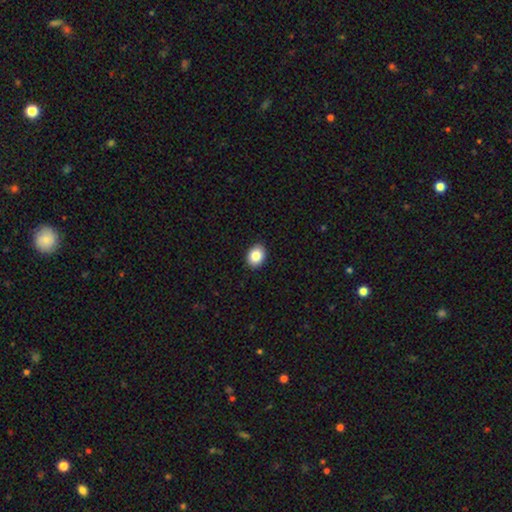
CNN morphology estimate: Smooth or featured?
  - smooth: 85% *
  - star or artifact: 9%
  - featured or disk: 6%
How rounded?
  - in between: 58% *
  - round: 41%
  - cigar-shaped: 1%
Merging?
  - none: 91% *
  - minor disturbance: 6%
  - major disturbance: 2%
  - merger: 1%